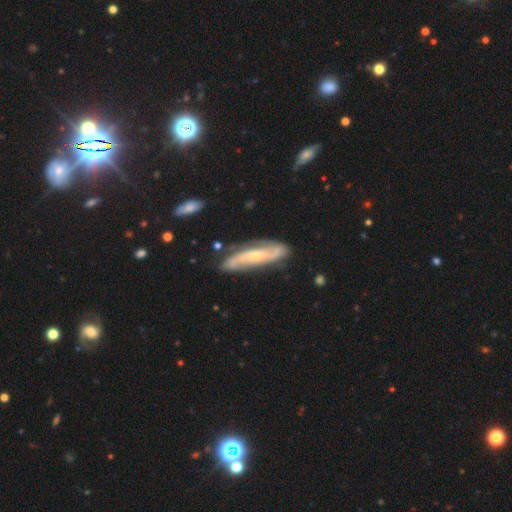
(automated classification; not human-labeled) A featured or disk galaxy (77%) with no bar (54%), 2 (77%) medium (41%) spiral arms (93%) and a small central bulge (62%). Merging: none (76%).